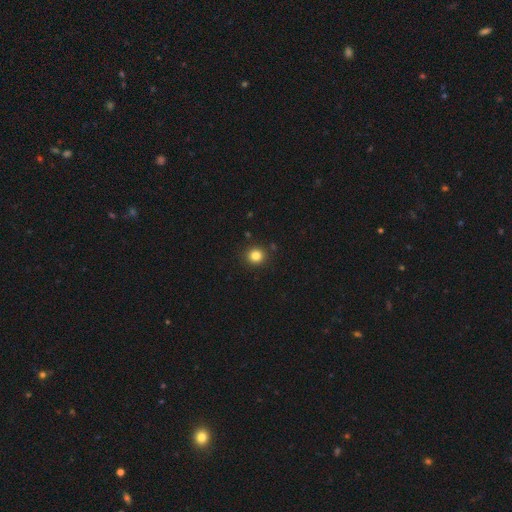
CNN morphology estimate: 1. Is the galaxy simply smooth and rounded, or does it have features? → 83% smooth, 12% star or artifact, 5% featured or disk.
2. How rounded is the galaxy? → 90% round, 9% in between, 1% cigar-shaped.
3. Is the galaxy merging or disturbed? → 90% none, 6% minor disturbance, 2% major disturbance, 2% merger.